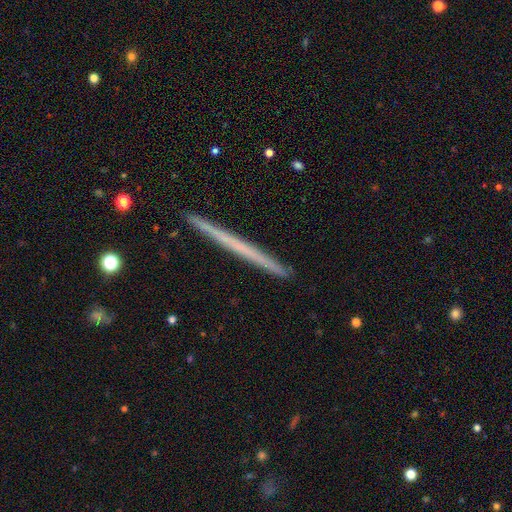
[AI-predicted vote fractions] Overall: featured or disk (53%; smooth 42%). Edge-on disk: yes (98%). Edge-on bulge: none (94%). Merging: none (93%).